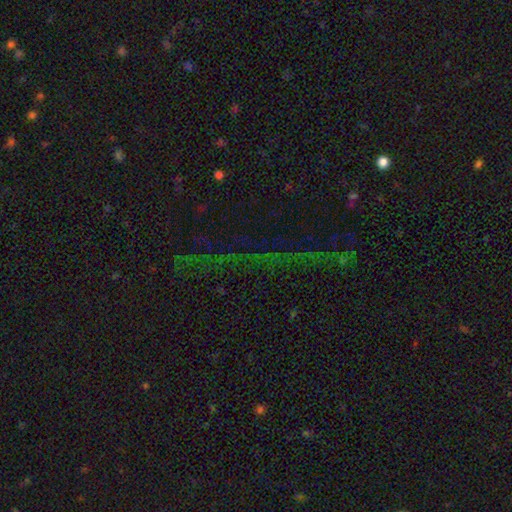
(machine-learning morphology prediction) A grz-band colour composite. It shows a star or artifact, not a galaxy (75%).